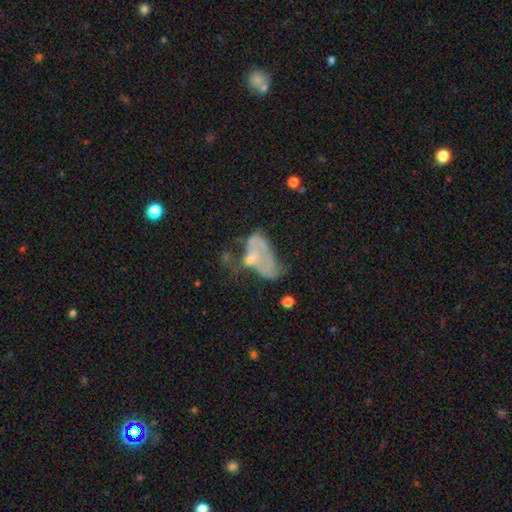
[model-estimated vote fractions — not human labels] Smooth or featured? Predicted: featured or disk (p=0.51). Edge-on disk? Predicted: no (p=0.96). Merging? Predicted: major disturbance (p=0.38).